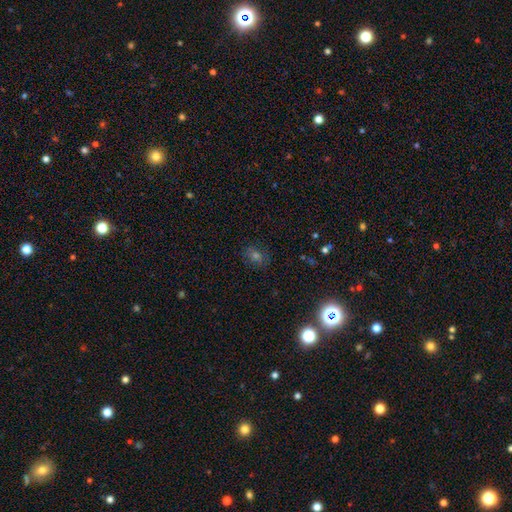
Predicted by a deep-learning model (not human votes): Smooth or featured? smooth (48%)
Merging? none (83%)